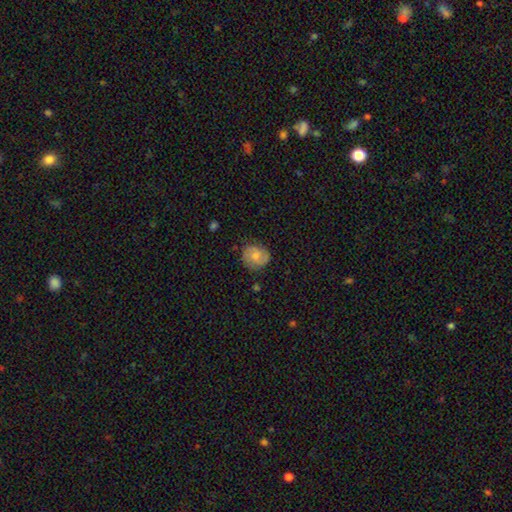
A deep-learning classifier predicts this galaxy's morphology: A smooth galaxy with no disk features (48%). Merging: none (77%).